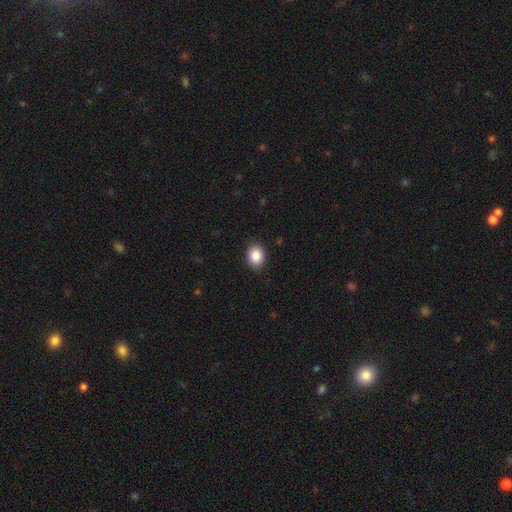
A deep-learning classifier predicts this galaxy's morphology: smooth 87%, star or artifact 8%, featured or disk 5%. Down the decision tree: how rounded — in between (54%); merging — none (89%).